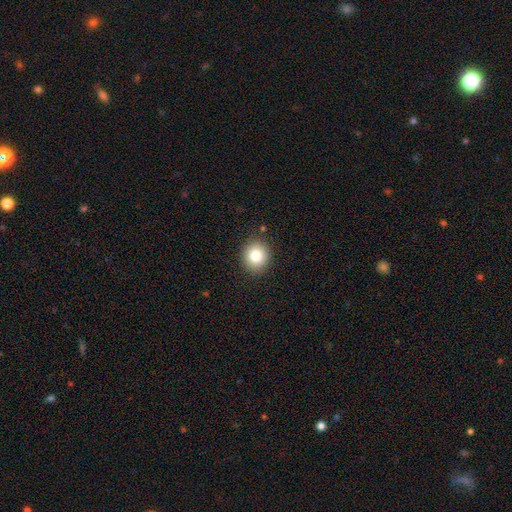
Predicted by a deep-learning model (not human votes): A smooth galaxy with no disk features (81%) that is round (83%). Merging: none (89%).